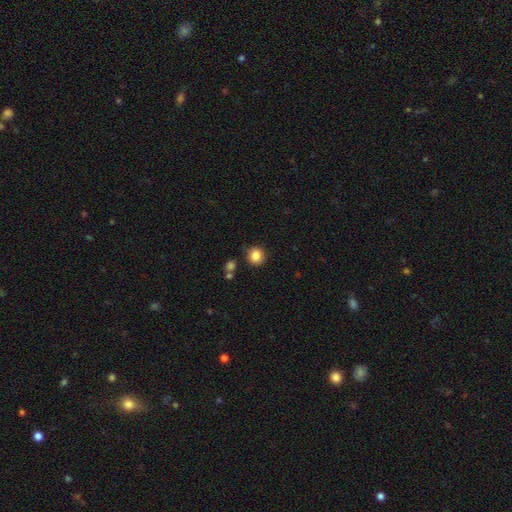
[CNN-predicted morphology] Q: Smooth or featured?
A: smooth (85%); runner-up: star or artifact (10%)
Q: How rounded?
A: round (91%); runner-up: in between (8%)
Q: Merging?
A: none (86%); runner-up: minor disturbance (8%)